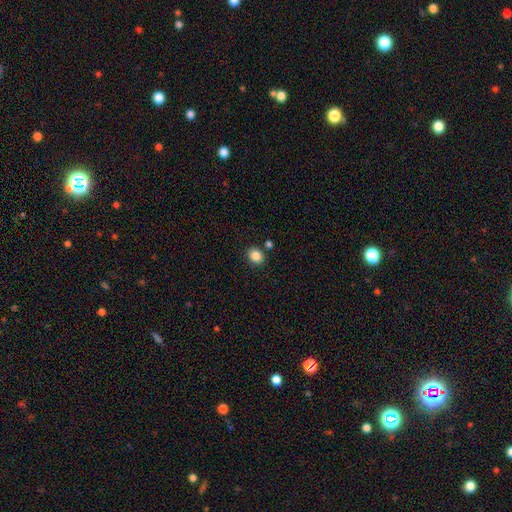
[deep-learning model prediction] This is clearly a smooth galaxy (86%). How rounded: possibly round (60%). Merging: clearly none (83%).